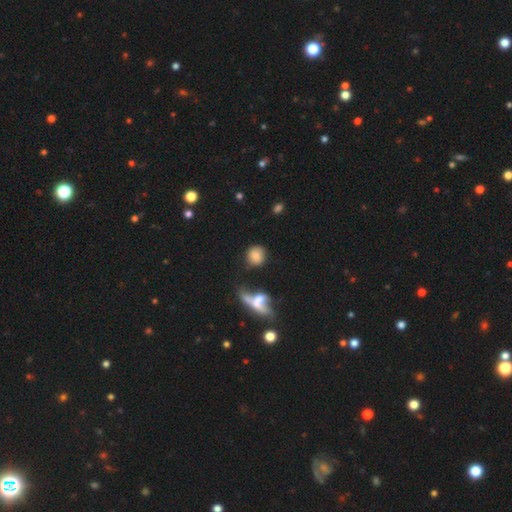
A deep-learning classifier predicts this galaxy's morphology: This appears to be a smooth galaxy with no disk features (76%) that is round (79%). Merging: none (60%).